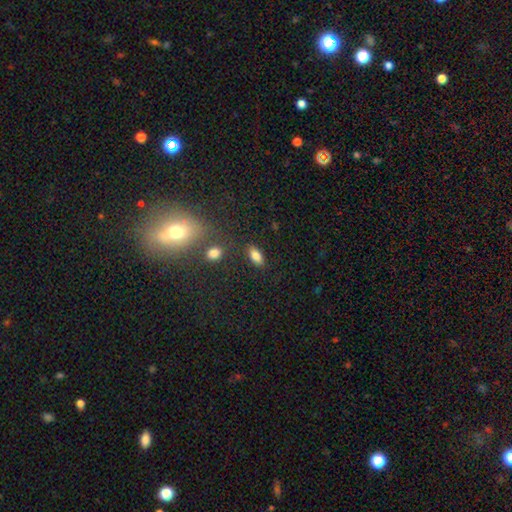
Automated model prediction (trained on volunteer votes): Smooth or featured?
  - smooth: 81% *
  - star or artifact: 10%
  - featured or disk: 9%
How rounded?
  - in between: 87% *
  - cigar-shaped: 8%
  - round: 5%
Merging?
  - none: 83% *
  - minor disturbance: 10%
  - merger: 4%
  - major disturbance: 3%